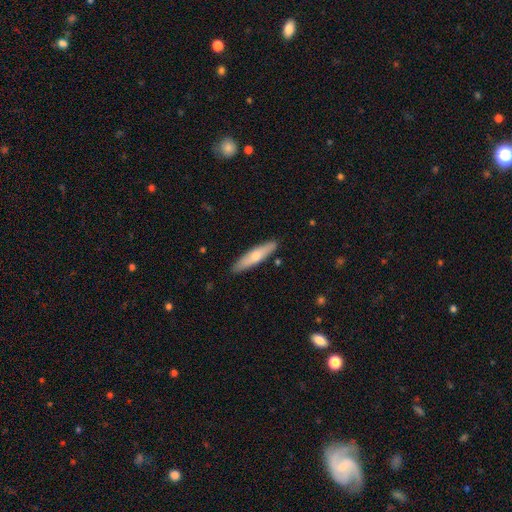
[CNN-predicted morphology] type=smooth (59%); roundness=cigar-shaped (82%); merging=none (88%).